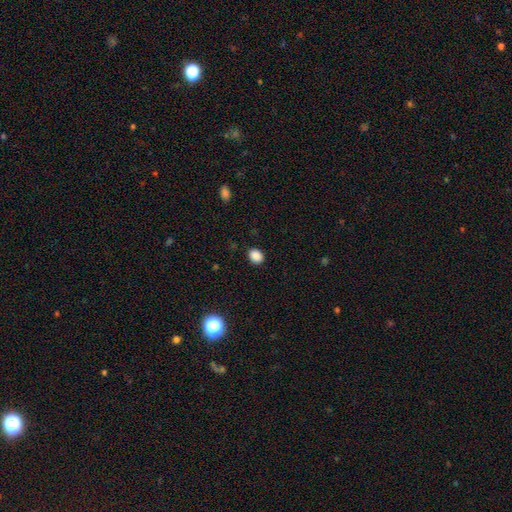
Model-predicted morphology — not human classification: Smooth or featured? Predicted: smooth (p=0.87). How rounded? Predicted: round (p=0.53). Merging? Predicted: none (p=0.88).